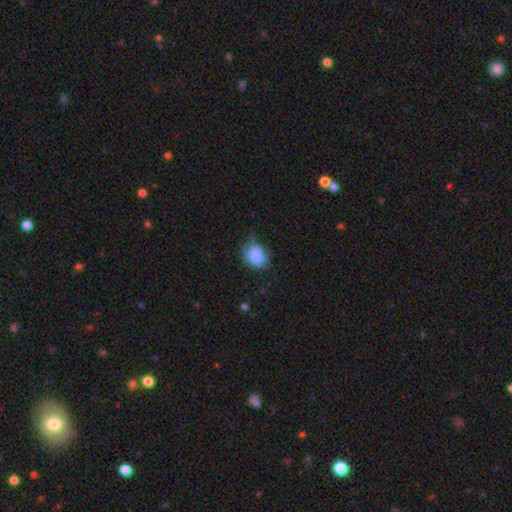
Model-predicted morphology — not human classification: smooth 84%, star or artifact 9%, featured or disk 7%. Down the decision tree: how rounded — in between (53%); merging — none (50%).